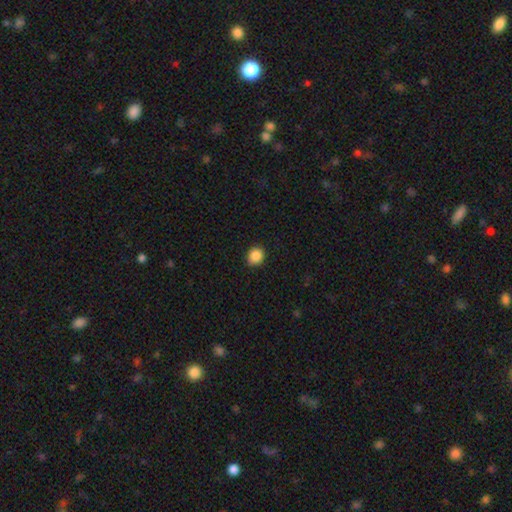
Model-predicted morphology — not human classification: Q: Smooth or featured?
A: smooth (88%); runner-up: star or artifact (9%)
Q: How rounded?
A: round (77%); runner-up: in between (22%)
Q: Merging?
A: none (88%); runner-up: minor disturbance (9%)